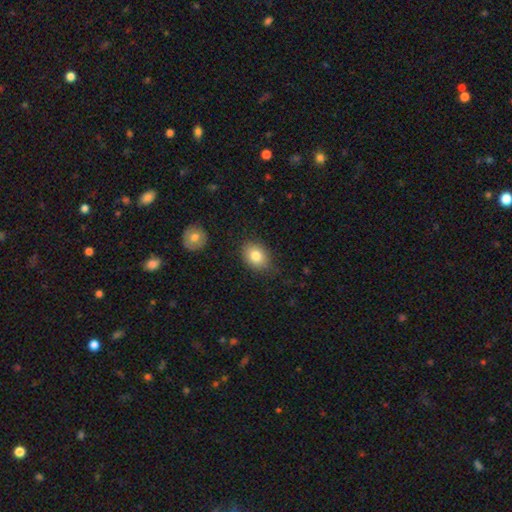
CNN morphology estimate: This is clearly a smooth galaxy (81%). How rounded: likely in between (60%). Merging: likely none (77%).